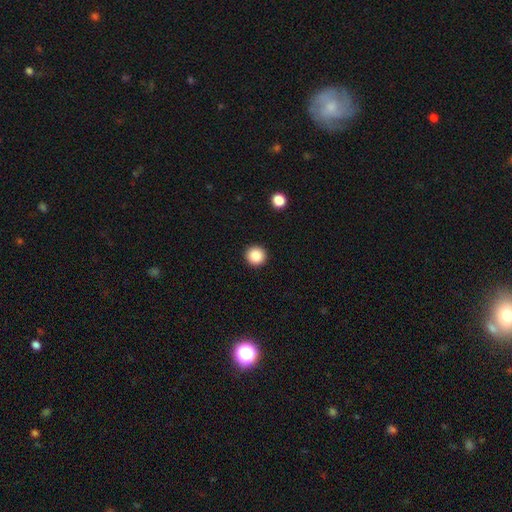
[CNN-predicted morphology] Overall: smooth (87%). How rounded: round (96%). Merging: none (93%).